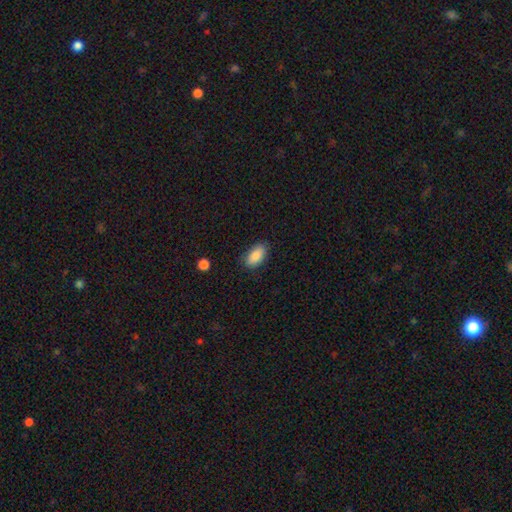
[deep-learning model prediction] smooth_or_featured: smooth (p=0.88) [alt: star or artifact p=0.07]
how_rounded: in between (p=0.92) [alt: cigar-shaped p=0.05]
merging: none (p=0.82) [alt: minor disturbance p=0.14]